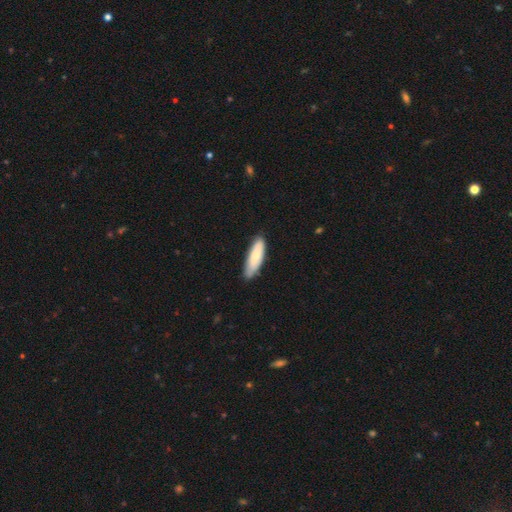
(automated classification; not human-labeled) smooth_or_featured: smooth (p=0.76) [alt: featured or disk p=0.19]
how_rounded: cigar-shaped (p=0.55) [alt: in between p=0.44]
merging: none (p=0.80) [alt: minor disturbance p=0.16]